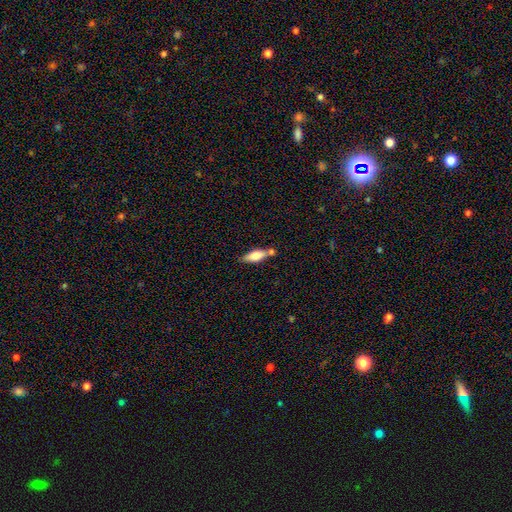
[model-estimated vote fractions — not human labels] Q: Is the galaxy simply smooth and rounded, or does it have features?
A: smooth — 68%.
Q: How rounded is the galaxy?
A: in between — 64%.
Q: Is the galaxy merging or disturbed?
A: none — 59%.